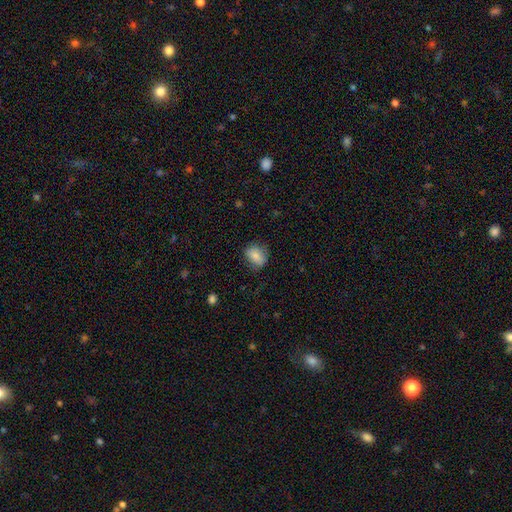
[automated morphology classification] Overall: smooth (82%). How rounded: in between (55%; round 44%). Merging: none (72%).